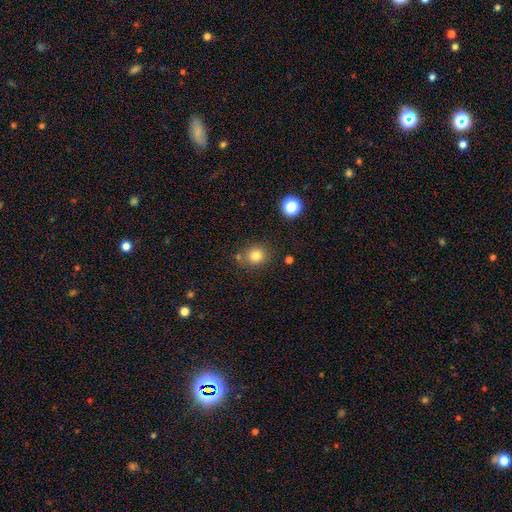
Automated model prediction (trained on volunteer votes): Smooth or featured? smooth (81%)
How rounded? round (80%)
Merging? none (74%)